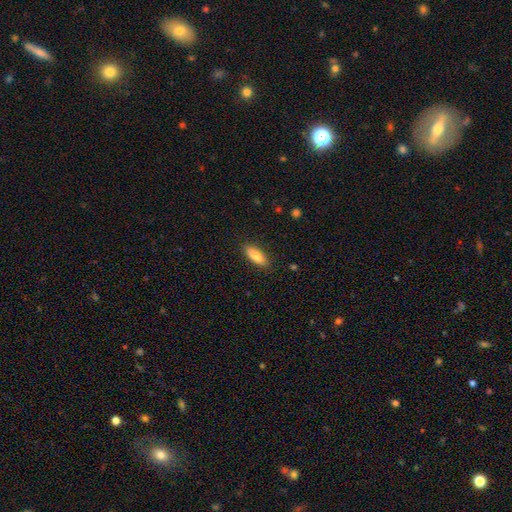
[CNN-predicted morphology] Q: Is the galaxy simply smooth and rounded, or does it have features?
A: smooth — 82%.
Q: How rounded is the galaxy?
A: in between — 63%.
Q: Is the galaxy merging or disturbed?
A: none — 88%.